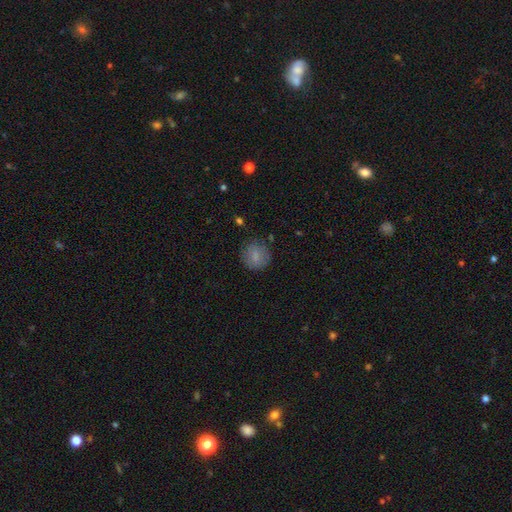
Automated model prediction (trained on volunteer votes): This is clearly a smooth galaxy (81%). How rounded: clearly round (89%). Merging: likely none (79%).